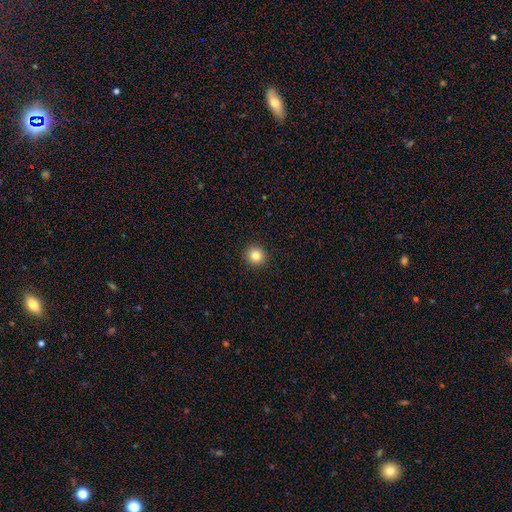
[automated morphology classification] Overall: smooth (83%). How rounded: round (94%). Merging: none (93%).